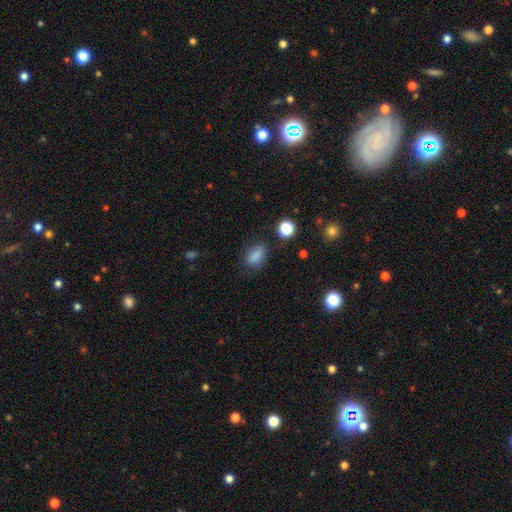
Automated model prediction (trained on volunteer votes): Q: Smooth or featured?
A: smooth (82%); runner-up: star or artifact (11%)
Q: How rounded?
A: in between (80%); runner-up: round (17%)
Q: Merging?
A: none (75%); runner-up: minor disturbance (17%)